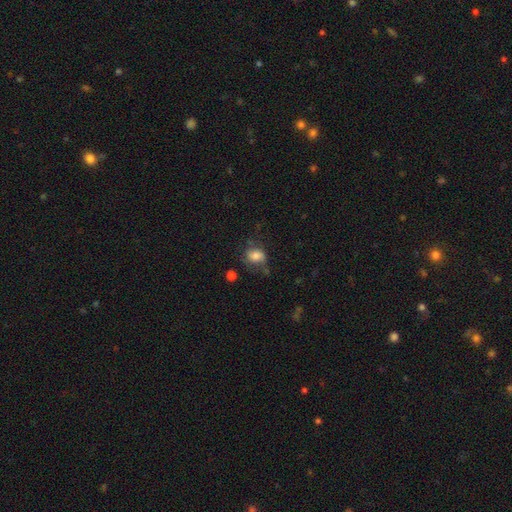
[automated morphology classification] The model was most divided on "how rounded": in between: 54%, round: 45%, cigar-shaped: 1%. More confident: smooth or featured — smooth (70%); merging — none (51%).